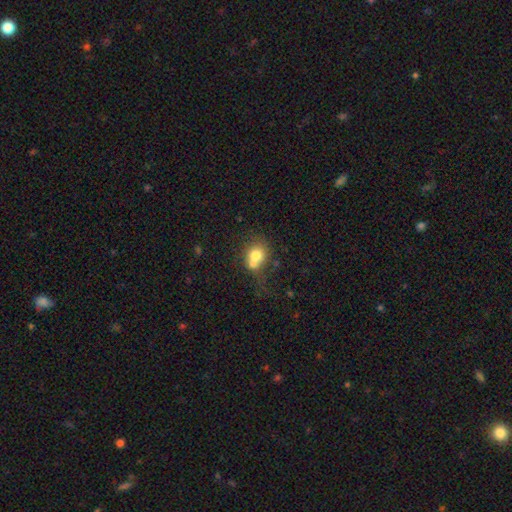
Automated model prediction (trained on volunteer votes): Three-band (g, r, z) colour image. It shows a smooth galaxy with no disk features (72%) that is round (70%). Merging: merger (52%).